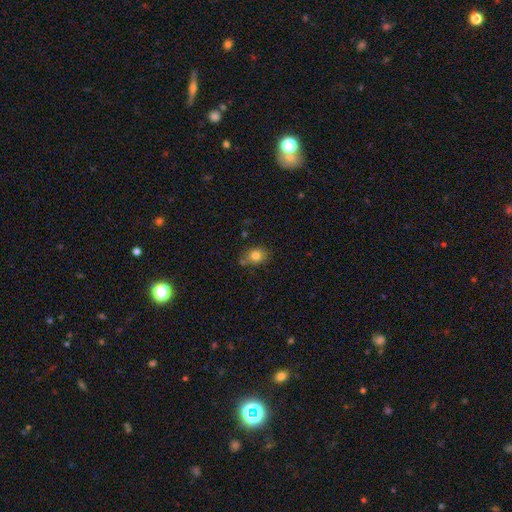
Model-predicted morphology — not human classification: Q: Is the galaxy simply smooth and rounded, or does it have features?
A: smooth — 80%.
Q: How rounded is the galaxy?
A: in between — 50%.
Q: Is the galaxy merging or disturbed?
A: none — 72%.